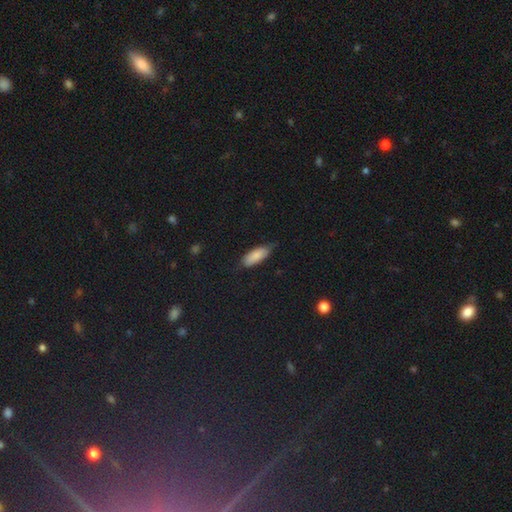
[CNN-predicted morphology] Smooth or featured?
  - smooth: 84% *
  - featured or disk: 10%
  - star or artifact: 7%
How rounded?
  - in between: 76% *
  - cigar-shaped: 22%
  - round: 2%
Merging?
  - none: 67% *
  - minor disturbance: 27%
  - major disturbance: 4%
  - merger: 1%